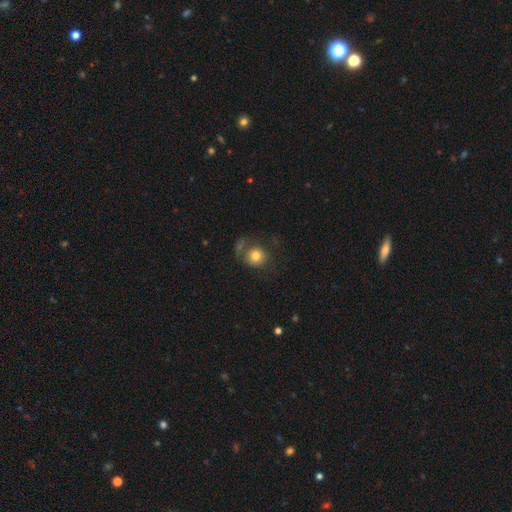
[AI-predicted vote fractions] Smooth or featured? Predicted: smooth (p=0.76). How rounded? Predicted: round (p=0.81). Merging? Predicted: none (p=0.50).